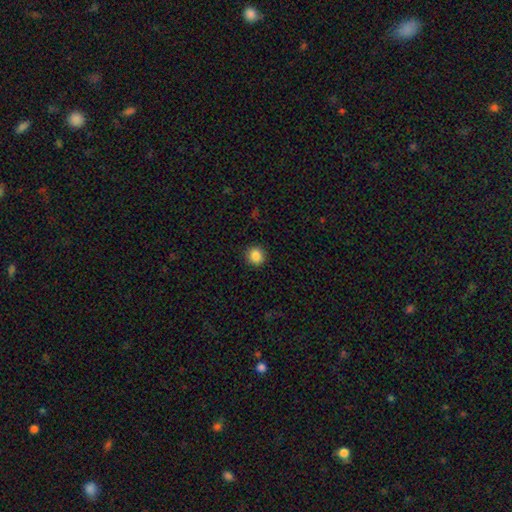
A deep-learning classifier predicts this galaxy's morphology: A smooth galaxy with no disk features (86%) that is round (90%).

Vote fractions:
- Smooth or featured? smooth: 86% / star or artifact: 10% / featured or disk: 4%
- How rounded? round: 90% / in between: 9% / cigar-shaped: 1%
- Merging? none: 92% / minor disturbance: 5% / major disturbance: 2% / merger: 1%